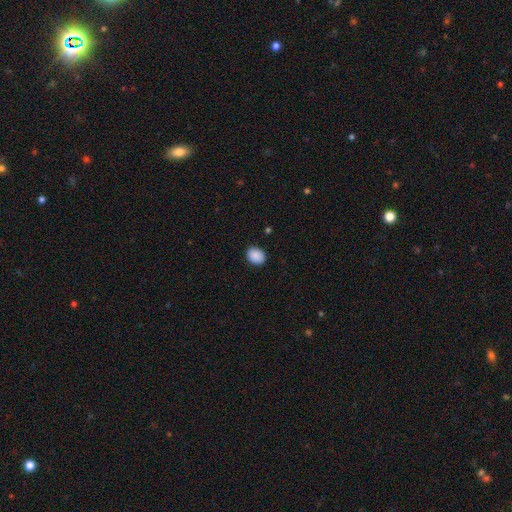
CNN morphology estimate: A smooth galaxy with no disk features (90%) that is in between round and cigar-shaped (57%). Merging: none (90%).